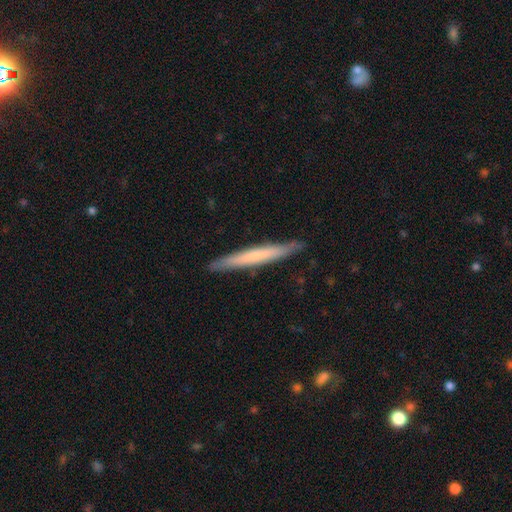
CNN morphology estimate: A smooth galaxy with no disk features (57%) that is cigar-shaped (97%). Merging: none (90%).